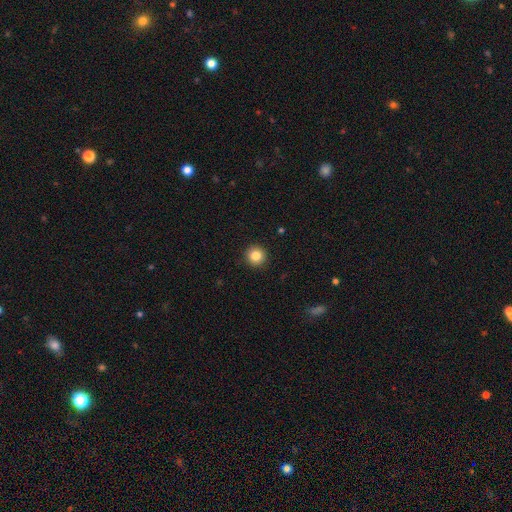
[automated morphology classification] Smooth or featured? smooth (84%)
How rounded? round (95%)
Merging? none (93%)